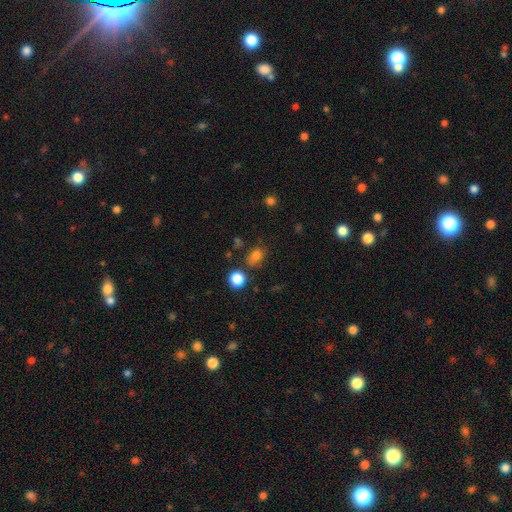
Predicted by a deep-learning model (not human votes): smooth-or-featured: smooth: 78% | star or artifact: 16% | featured or disk: 6%
  how-rounded: in between: 60% | round: 39% | cigar-shaped: 1%
  merging: none: 70% | minor disturbance: 18% | merger: 7% | major disturbance: 6%